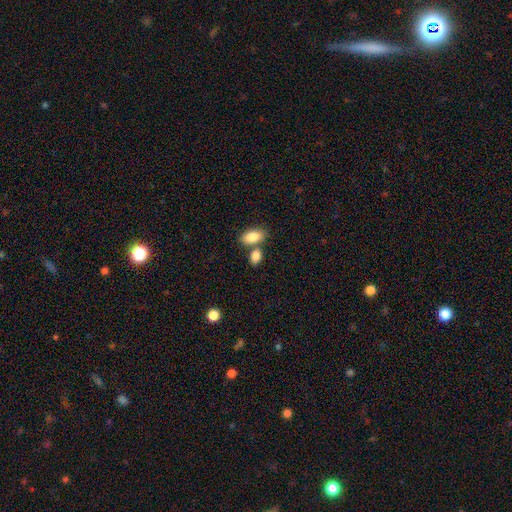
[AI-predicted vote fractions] smooth-or-featured: smooth: 84% | featured or disk: 8% | star or artifact: 8%
  how-rounded: in between: 86% | round: 11% | cigar-shaped: 3%
  merging: none: 53% | merger: 33% | minor disturbance: 10% | major disturbance: 3%